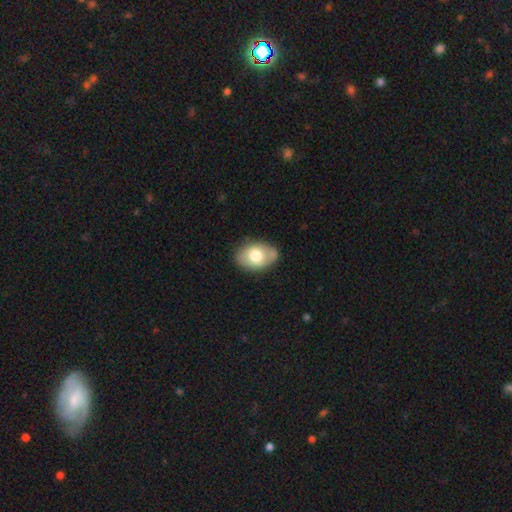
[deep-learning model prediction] Smooth or featured: smooth — 71% (featured or disk — 22%)
How rounded: in between — 83% (round — 16%)
Merging: none — 74% (minor disturbance — 18%)